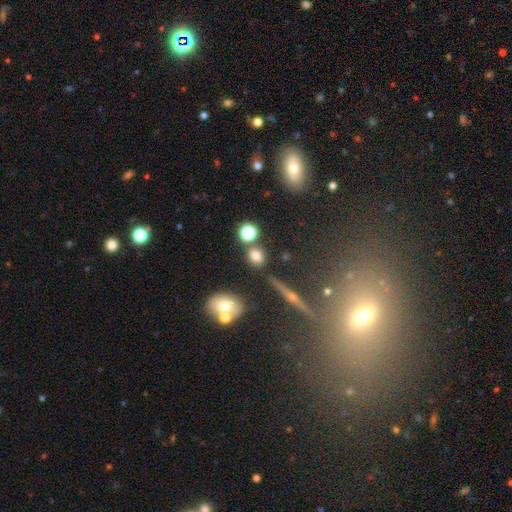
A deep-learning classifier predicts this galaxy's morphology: smooth-or-featured: smooth: 75% | star or artifact: 15% | featured or disk: 10%
  how-rounded: round: 54% | in between: 42% | cigar-shaped: 4%
  merging: none: 73% | merger: 13% | minor disturbance: 10% | major disturbance: 4%